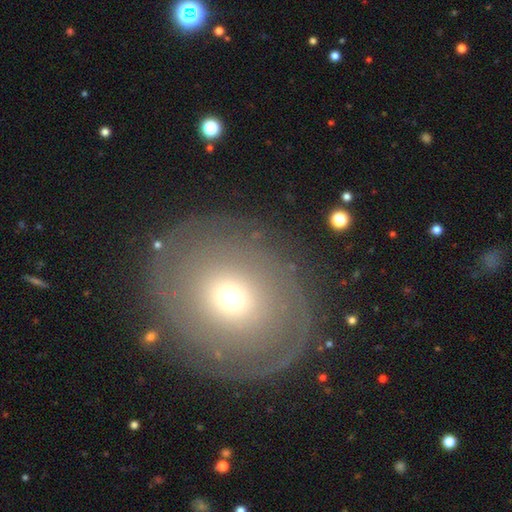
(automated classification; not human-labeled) A smooth galaxy with no disk features (46%). Merging: none (84%).